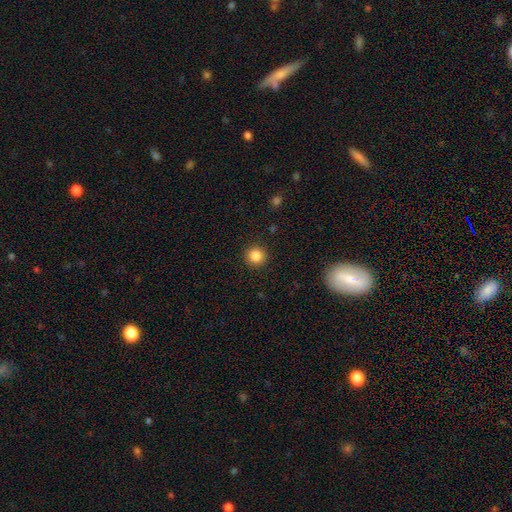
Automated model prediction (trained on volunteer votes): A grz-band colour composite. It shows a smooth galaxy with no disk features (85%) that is round (93%). Merging: none (92%).